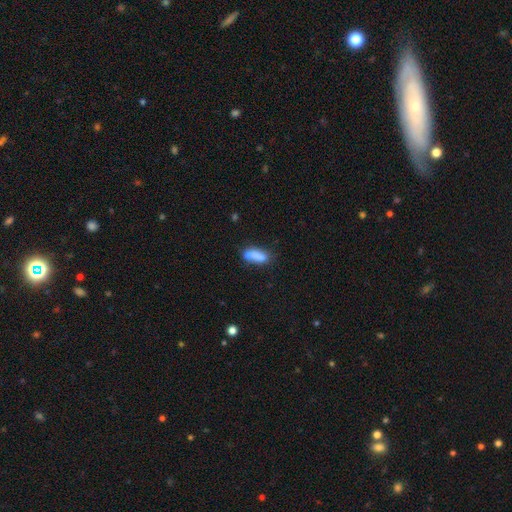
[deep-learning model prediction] smooth 75%, featured or disk 16%, star or artifact 9%. Down the decision tree: how rounded — in between (65%); merging — none (46%).